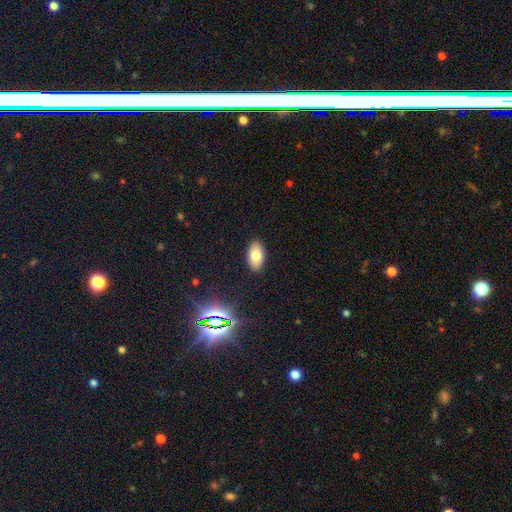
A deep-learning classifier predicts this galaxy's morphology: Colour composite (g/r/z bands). It shows a smooth galaxy with no disk features (76%) that is in between round and cigar-shaped (93%). Merging: none (89%).